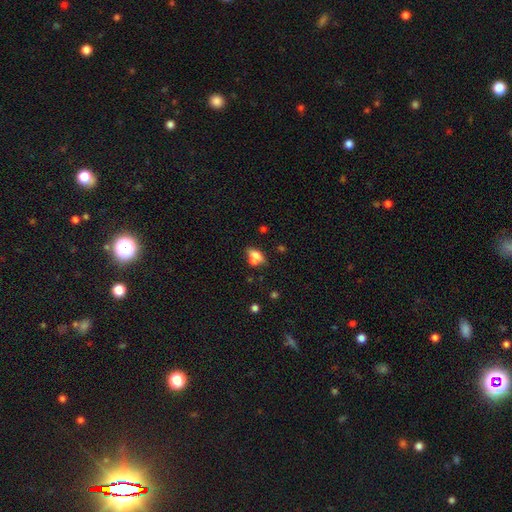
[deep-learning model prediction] A smooth galaxy with no disk features (65%) that is in between round and cigar-shaped (76%). Merging: none (40%, tied with merger).